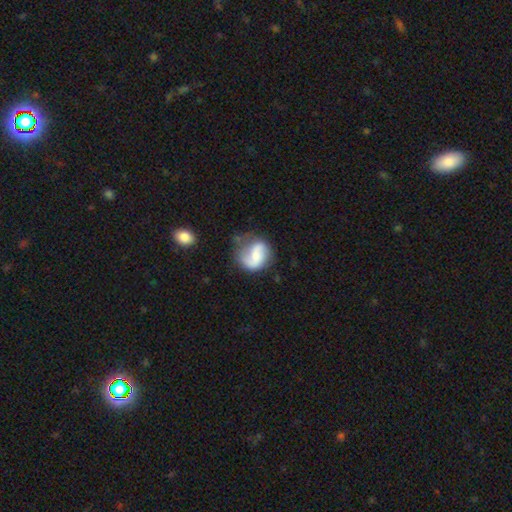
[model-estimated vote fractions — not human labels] smooth-or-featured: featured or disk: 59% | smooth: 34% | star or artifact: 7%
  disk-edge-on: no: 98% | yes: 2%
    bar: weak: 40% (tied) | no: 40% (tied) | strong: 20%
    has-spiral-arms: yes: 87% | no: 13%
    bulge-size: small: 40% | moderate: 32% | none: 18% | large: 7% | dominant: 2%
  merging: none: 51% | minor disturbance: 28% | major disturbance: 16% | merger: 5%